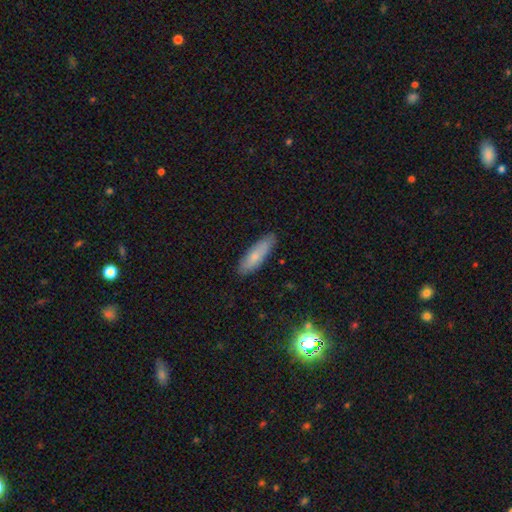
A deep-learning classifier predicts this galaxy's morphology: This appears to be a smooth galaxy with no disk features (75%) that is cigar-shaped (56%). Merging: none (84%).